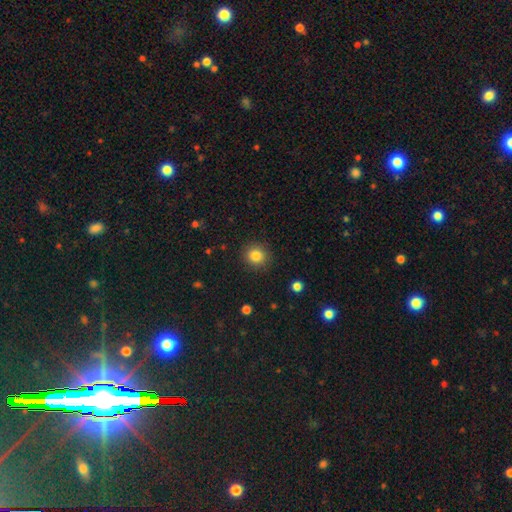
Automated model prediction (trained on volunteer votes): Smooth or featured?
  - smooth: 84% *
  - star or artifact: 11%
  - featured or disk: 5%
How rounded?
  - round: 90% *
  - in between: 9%
  - cigar-shaped: 1%
Merging?
  - none: 90% *
  - minor disturbance: 7%
  - major disturbance: 3%
  - merger: 1%